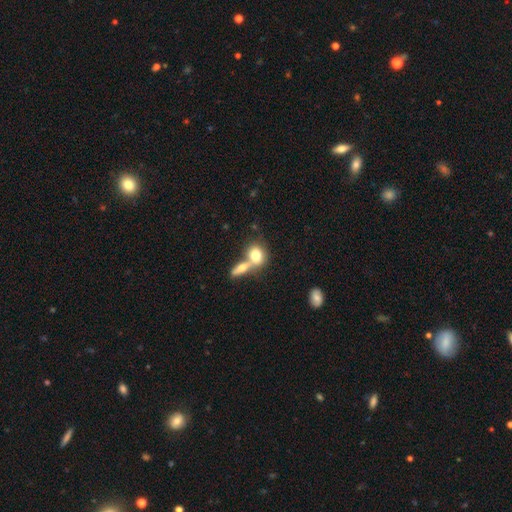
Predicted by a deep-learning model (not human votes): smooth-or-featured: smooth: 75% | featured or disk: 18% | star or artifact: 8%
  how-rounded: in between: 53% | round: 43% | cigar-shaped: 4%
  merging: merger: 60% | none: 29% | minor disturbance: 7% | major disturbance: 4%